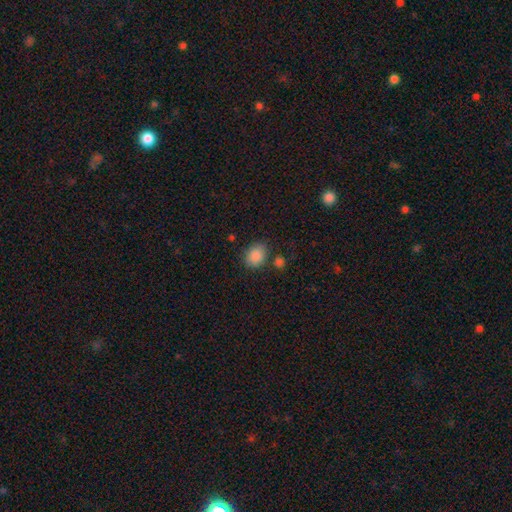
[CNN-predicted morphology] This appears to be a smooth galaxy with no disk features (86%) that is in between round and cigar-shaped (54%). Merging: none (76%).